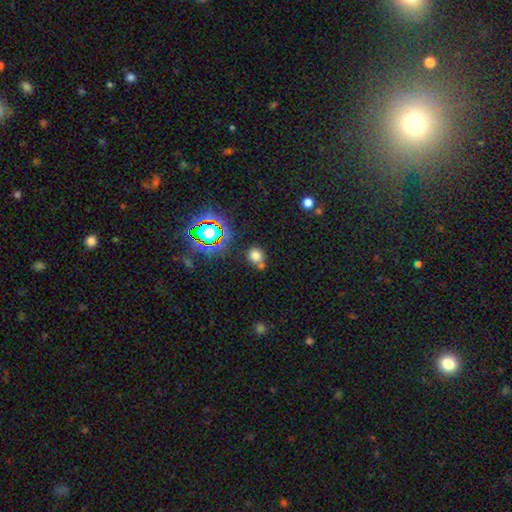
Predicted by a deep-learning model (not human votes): The model was most divided on "merging": none: 62%, merger: 19%, minor disturbance: 14%, major disturbance: 5%. More confident: how rounded — round (78%); smooth or featured — smooth (72%).